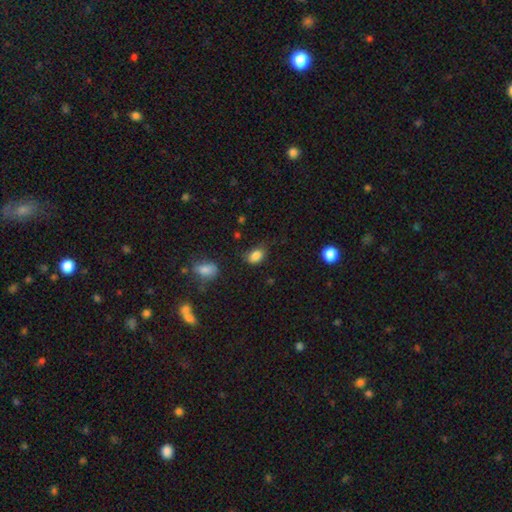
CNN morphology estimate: smooth_or_featured: smooth (p=0.85) [alt: star or artifact p=0.10]
how_rounded: in between (p=0.71) [alt: round p=0.28]
merging: none (p=0.62) [alt: minor disturbance p=0.28]